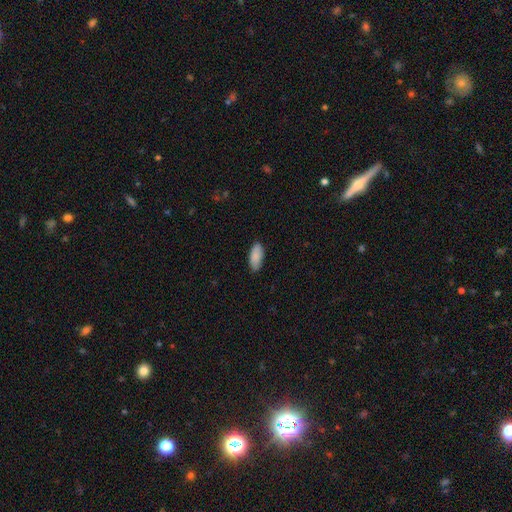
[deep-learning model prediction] Morphology: type=smooth (89%); roundness=in between (87%); merging=none (83%).